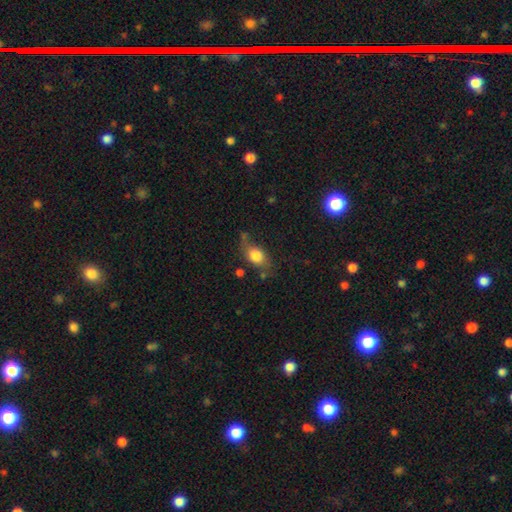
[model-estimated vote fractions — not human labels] smooth-or-featured: smooth: 76% | featured or disk: 15% | star or artifact: 8%
  how-rounded: in between: 73% | round: 23% | cigar-shaped: 4%
  merging: none: 55% | minor disturbance: 27% | major disturbance: 12% | merger: 6%